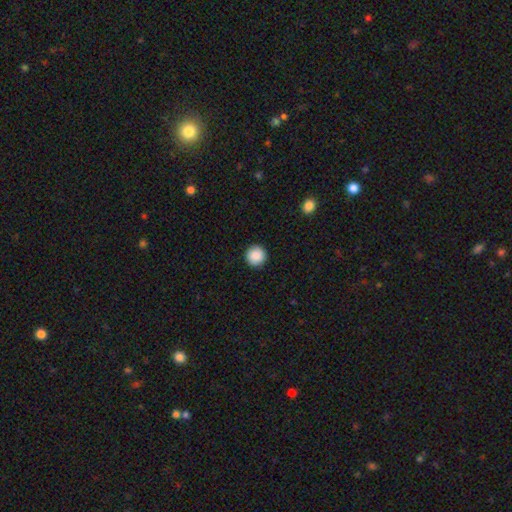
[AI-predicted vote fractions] The model was most divided on "smooth or featured": smooth: 88%, star or artifact: 8%, featured or disk: 4%. More confident: how rounded — round (96%); merging — none (92%).